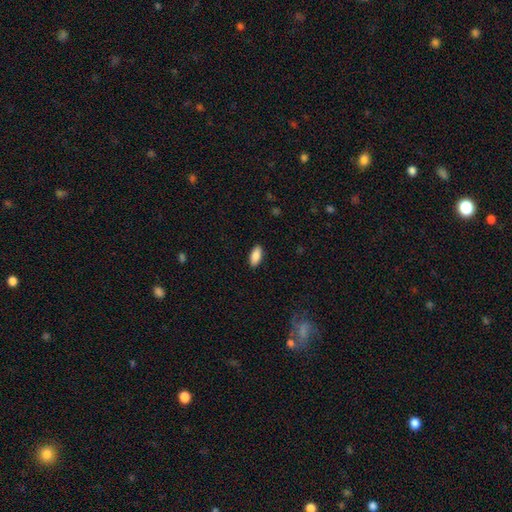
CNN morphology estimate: Smooth or featured?
  - smooth: 88% *
  - star or artifact: 6%
  - featured or disk: 6%
How rounded?
  - in between: 88% *
  - cigar-shaped: 10%
  - round: 2%
Merging?
  - none: 89% *
  - minor disturbance: 8%
  - major disturbance: 2%
  - merger: 1%